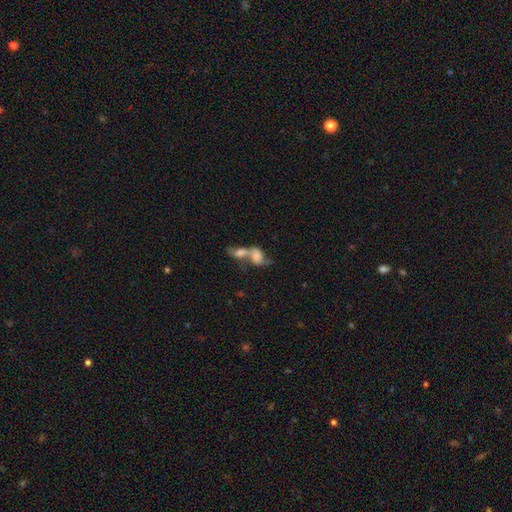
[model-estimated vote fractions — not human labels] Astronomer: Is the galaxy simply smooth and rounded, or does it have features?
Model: smooth — 50% (runner-up: featured or disk, 39%).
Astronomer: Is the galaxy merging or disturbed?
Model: merger — 77%.